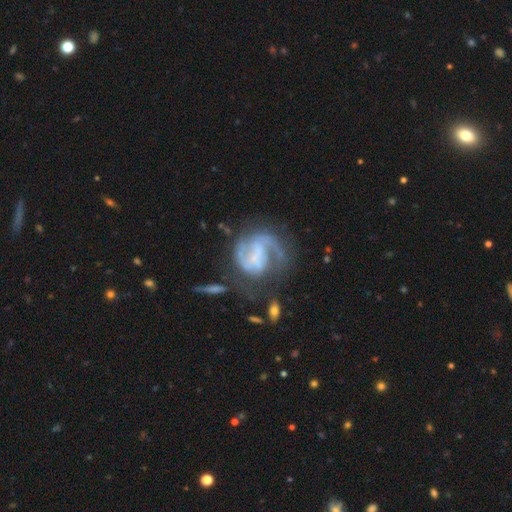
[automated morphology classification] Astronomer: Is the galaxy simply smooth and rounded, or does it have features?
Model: featured or disk — 80%.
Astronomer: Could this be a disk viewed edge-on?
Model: no — 98%.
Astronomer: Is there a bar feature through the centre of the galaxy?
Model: weak — 41% (runner-up: no, 38%).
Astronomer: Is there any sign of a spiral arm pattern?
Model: yes — 89%.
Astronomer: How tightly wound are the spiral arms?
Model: medium — 44% (runner-up: tight, 31%).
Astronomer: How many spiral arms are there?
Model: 2 — 51%.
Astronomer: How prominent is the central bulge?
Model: none — 52% (runner-up: small, 27%).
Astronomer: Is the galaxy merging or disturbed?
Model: none — 43% (runner-up: major disturbance, 30%).